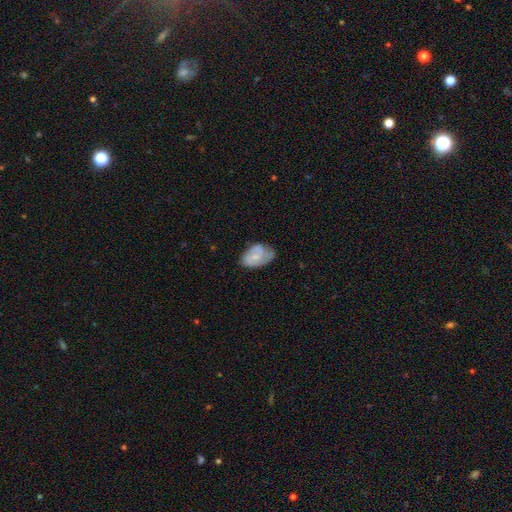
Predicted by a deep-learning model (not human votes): This is possibly a smooth galaxy (55%). How rounded: clearly in between (89%). Merging: marginally none (42%).